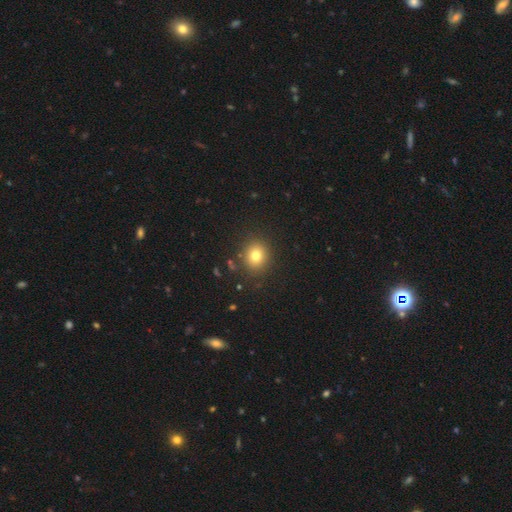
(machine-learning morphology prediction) Overall: smooth (77%). How rounded: round (81%). Merging: none (89%).